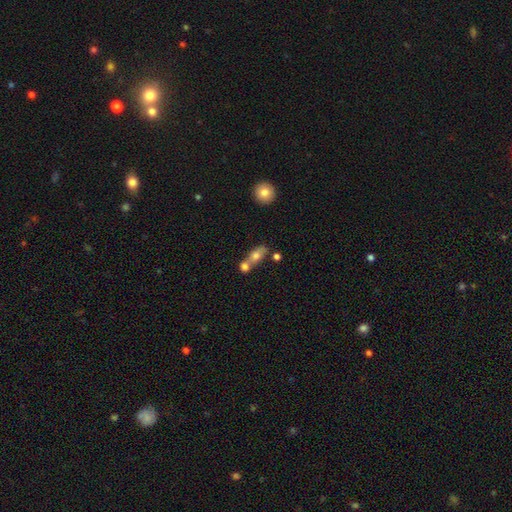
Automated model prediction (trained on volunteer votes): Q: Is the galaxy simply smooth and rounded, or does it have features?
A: smooth — 66%.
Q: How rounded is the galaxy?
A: in between — 66%.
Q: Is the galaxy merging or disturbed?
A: merger — 53%.